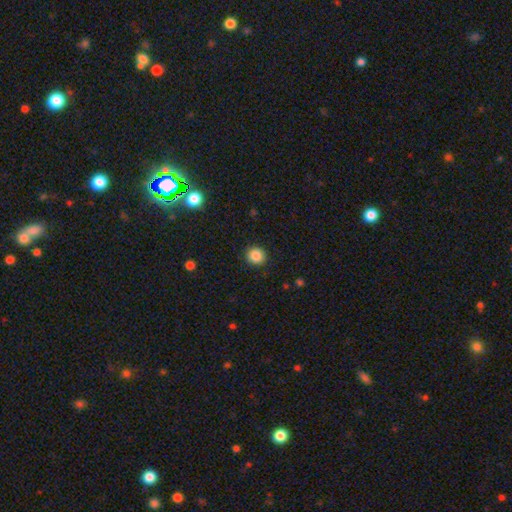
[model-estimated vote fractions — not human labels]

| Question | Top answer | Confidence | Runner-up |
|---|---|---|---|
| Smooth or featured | smooth | 86% | star or artifact (10%) |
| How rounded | round | 90% | in between (9%) |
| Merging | none | 91% | minor disturbance (6%) |